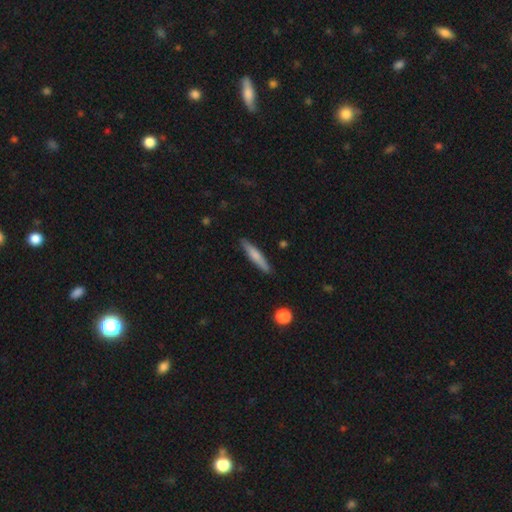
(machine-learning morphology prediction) type=smooth (69%); roundness=cigar-shaped (91%); merging=none (88%).